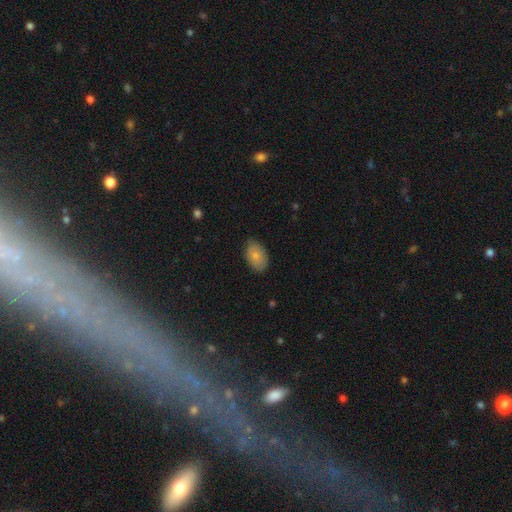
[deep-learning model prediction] Smooth or featured? smooth (82%)
How rounded? in between (89%)
Merging? none (81%)